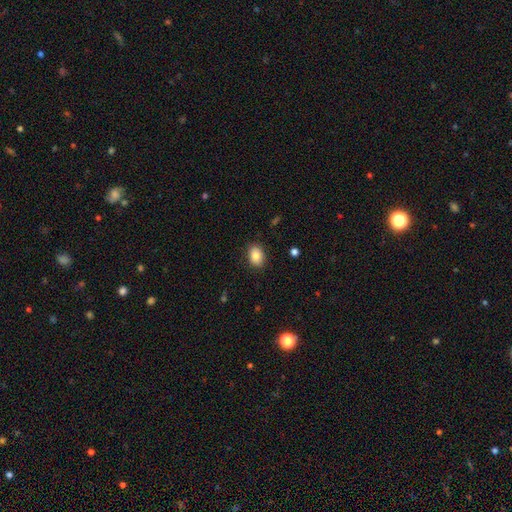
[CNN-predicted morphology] This is clearly a smooth galaxy (83%). How rounded: likely in between (72%). Merging: clearly none (87%).